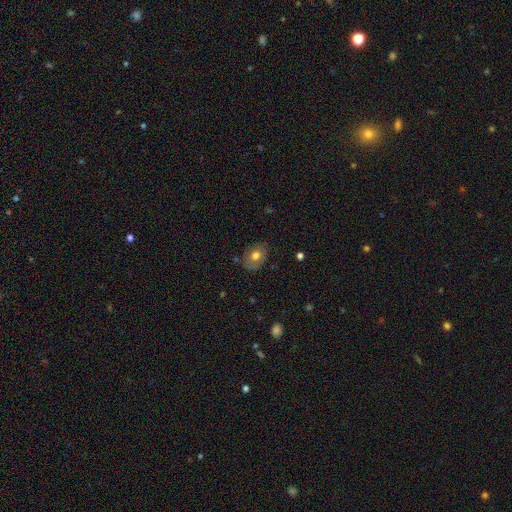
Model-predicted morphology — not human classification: A smooth galaxy with no disk features (72%) that is in between round and cigar-shaped (68%). Merging: none (77%).